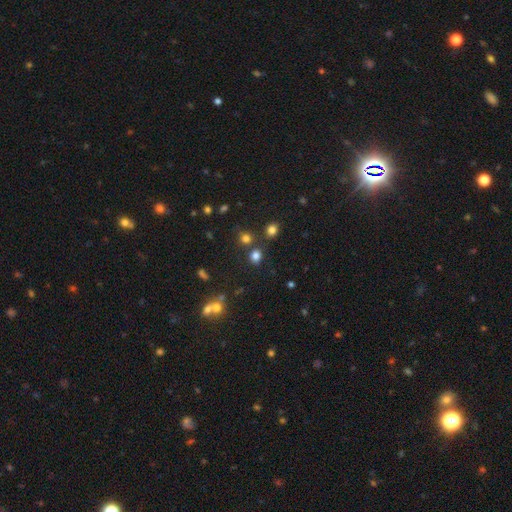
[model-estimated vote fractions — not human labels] This is likely a smooth galaxy (75%). How rounded: likely round (75%). Merging: likely none (76%).